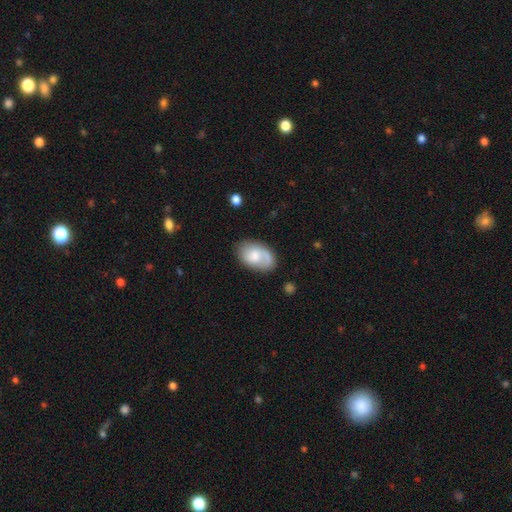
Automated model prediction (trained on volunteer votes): Smooth or featured? Predicted: smooth (p=0.54). How rounded? Predicted: in between (p=0.88). Merging? Predicted: none (p=0.63).